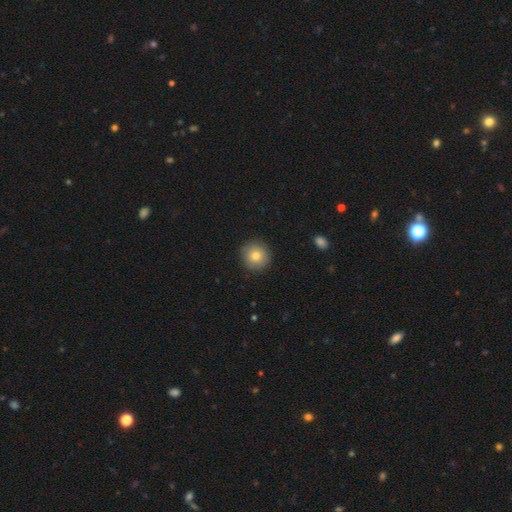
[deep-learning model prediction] Q: Smooth or featured?
A: smooth (80%); runner-up: featured or disk (11%)
Q: How rounded?
A: round (94%); runner-up: in between (5%)
Q: Merging?
A: none (90%); runner-up: minor disturbance (7%)